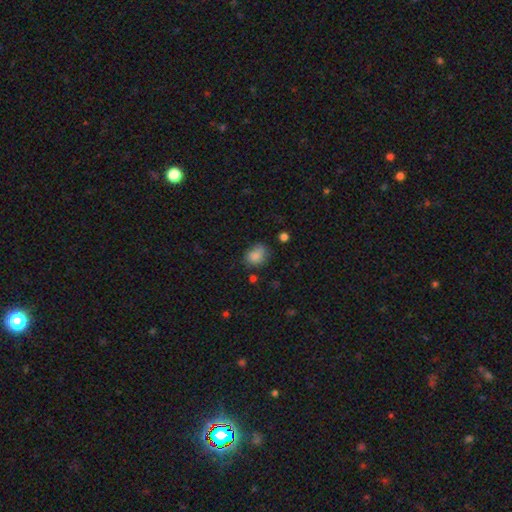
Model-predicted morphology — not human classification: Smooth or featured? smooth (82%)
How rounded? round (53%)
Merging? none (56%)